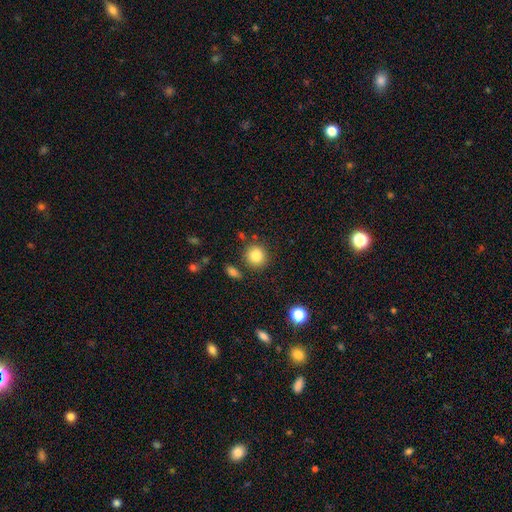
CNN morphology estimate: smooth-or-featured: smooth: 83% | star or artifact: 10% | featured or disk: 7%
  how-rounded: round: 90% | in between: 9% | cigar-shaped: 1%
  merging: none: 82% | minor disturbance: 9% | merger: 6% | major disturbance: 3%